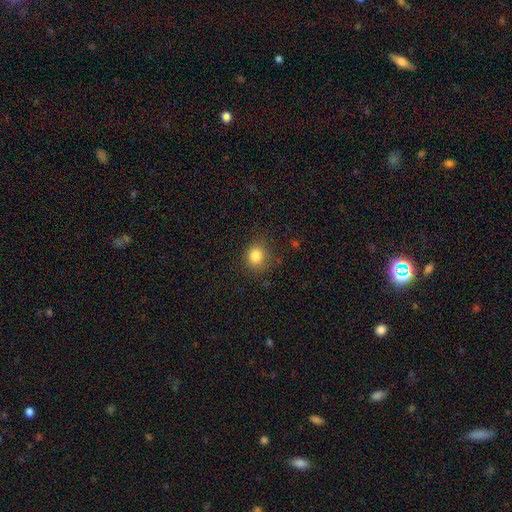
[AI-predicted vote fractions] Smooth or featured?
  - smooth: 83% *
  - star or artifact: 12%
  - featured or disk: 5%
How rounded?
  - round: 82% *
  - in between: 17%
  - cigar-shaped: 1%
Merging?
  - none: 83% *
  - minor disturbance: 12%
  - major disturbance: 4%
  - merger: 1%